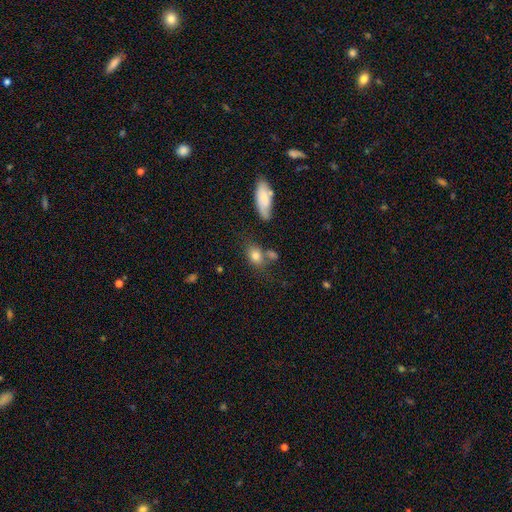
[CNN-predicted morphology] Smooth or featured: smooth — 79% (featured or disk — 11%)
How rounded: in between — 62% (round — 34%)
Merging: none — 58% (minor disturbance — 17%)